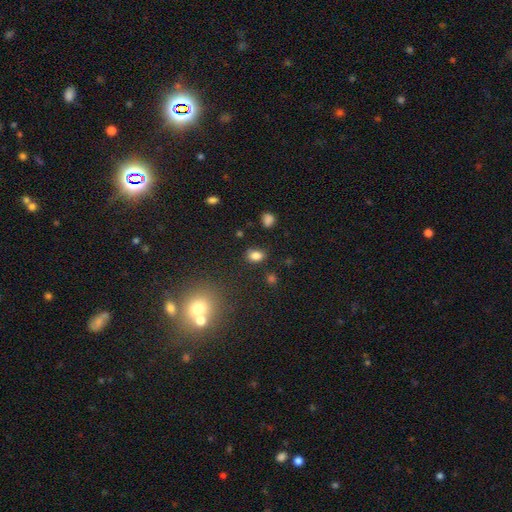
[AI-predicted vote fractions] Smooth or featured: smooth — 82% (star or artifact — 12%)
How rounded: in between — 72% (round — 26%)
Merging: none — 80% (minor disturbance — 13%)